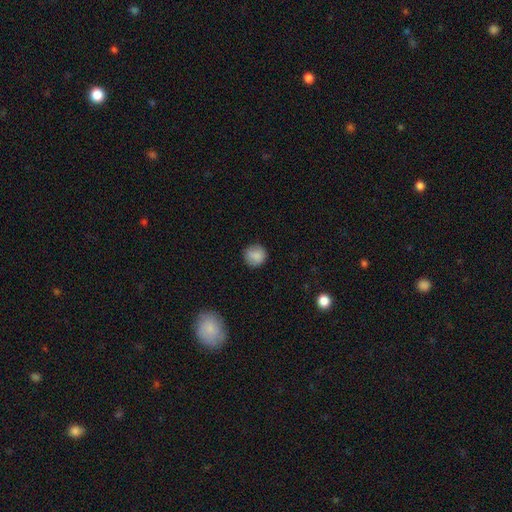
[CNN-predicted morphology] smooth 85%, star or artifact 8%, featured or disk 6%. Down the decision tree: how rounded — round (89%); merging — none (84%).